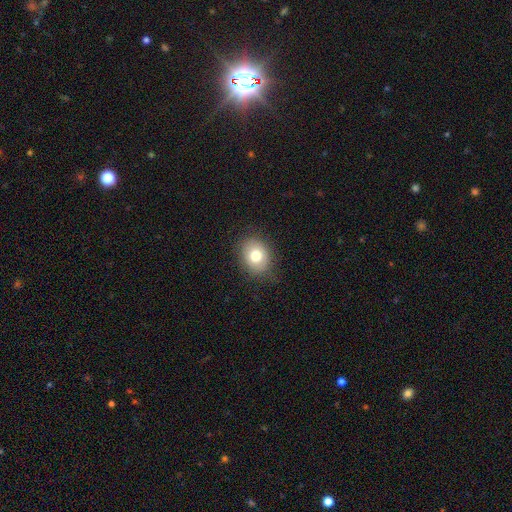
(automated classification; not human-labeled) Smooth or featured? Predicted: smooth (p=0.78). How rounded? Predicted: in between (p=0.50). Merging? Predicted: none (p=0.83).